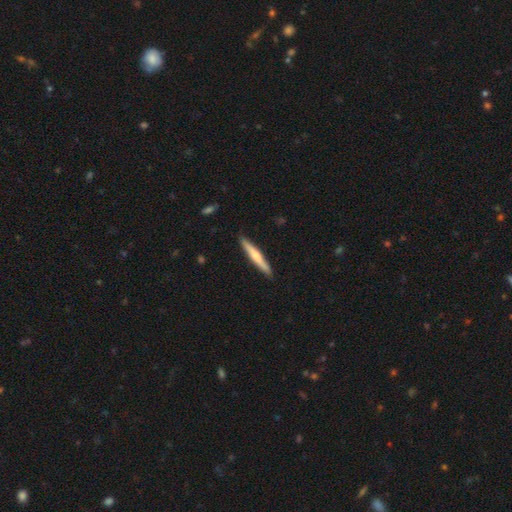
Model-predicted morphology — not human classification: Smooth or featured: smooth — 51% (featured or disk — 44%)
How rounded: cigar-shaped — 94% (in between — 4%)
Merging: none — 90% (minor disturbance — 7%)